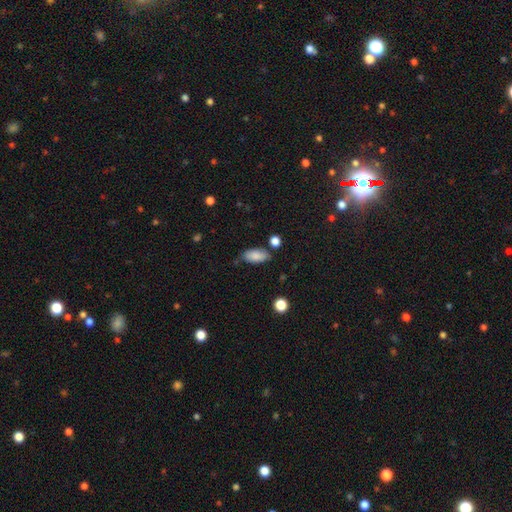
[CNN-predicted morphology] Overall: smooth (84%). How rounded: in between (91%). Merging: none (72%).